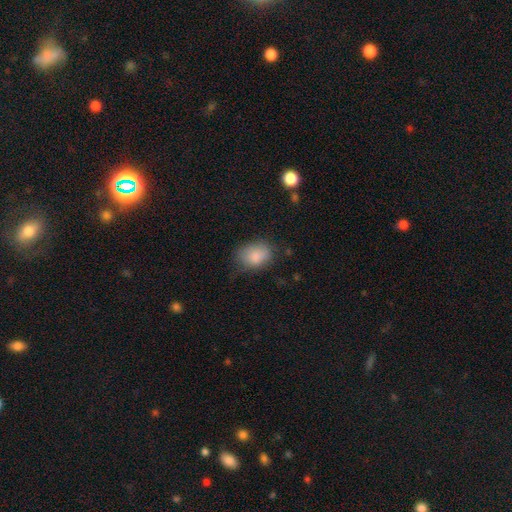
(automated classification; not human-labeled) Overall: smooth (84%). How rounded: in between (71%). Merging: none (65%).